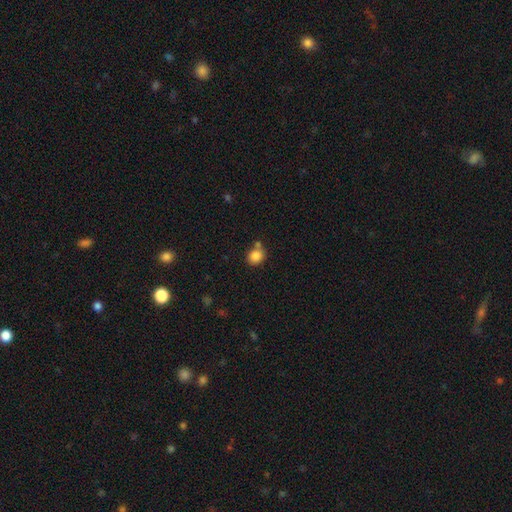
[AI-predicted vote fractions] smooth_or_featured: smooth (p=0.85) [alt: star or artifact p=0.10]
how_rounded: round (p=0.72) [alt: in between p=0.27]
merging: none (p=0.65) [alt: merger p=0.19]